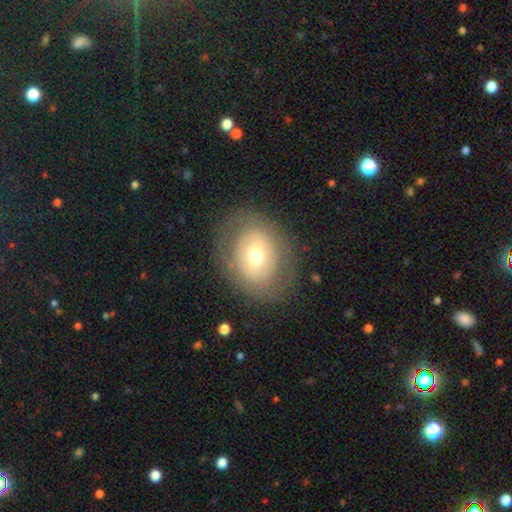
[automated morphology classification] Smooth or featured: smooth — 50% (featured or disk — 41%)
Merging: none — 80% (minor disturbance — 12%)